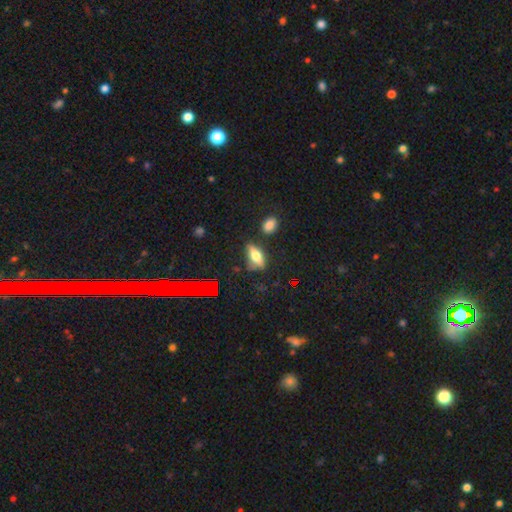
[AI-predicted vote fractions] Overall: smooth (54%; featured or disk 32%). How rounded: in between (64%; cigar-shaped 30%). Merging: none (65%).